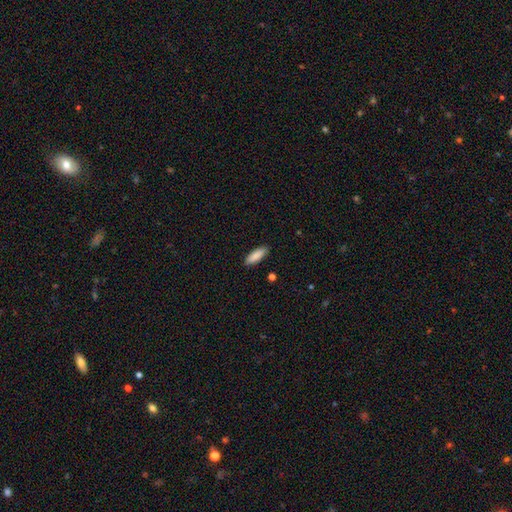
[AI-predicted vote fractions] A smooth galaxy with no disk features (89%) that is in between round and cigar-shaped (60%).

Vote fractions:
- Smooth or featured? smooth: 89% / star or artifact: 6% / featured or disk: 6%
- How rounded? in between: 60% / cigar-shaped: 39% / round: 2%
- Merging? none: 88% / minor disturbance: 9% / major disturbance: 2% / merger: 1%